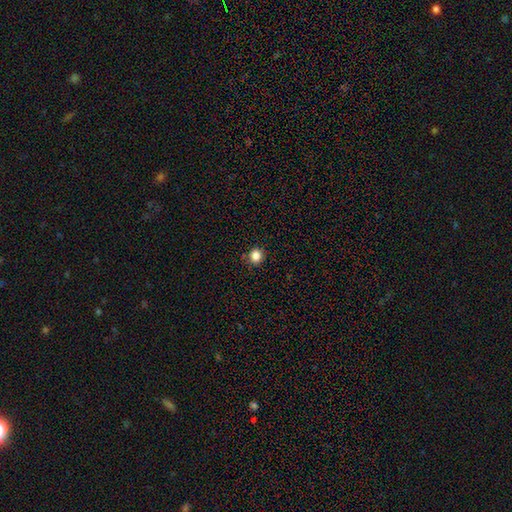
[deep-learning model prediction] Overall: smooth (83%). How rounded: round (86%). Merging: none (86%).